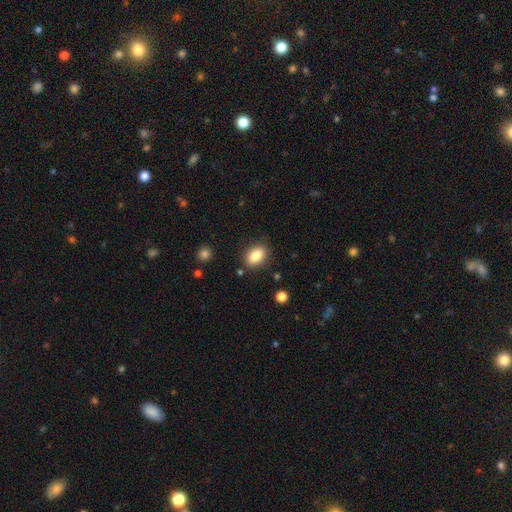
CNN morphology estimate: Overall: smooth (86%). How rounded: in between (87%). Merging: none (85%).